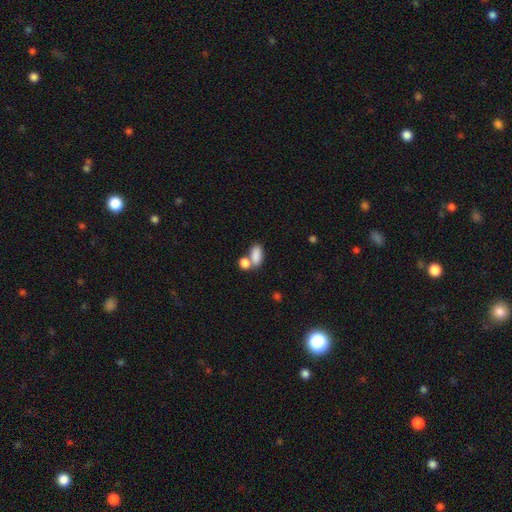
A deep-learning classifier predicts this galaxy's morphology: type=smooth (85%); roundness=in between (91%); merging=merger (46%).